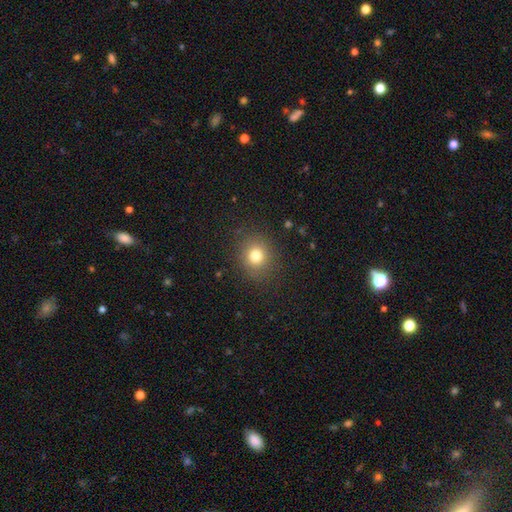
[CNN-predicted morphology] The model was most divided on "smooth or featured": smooth: 78%, star or artifact: 14%, featured or disk: 8%. More confident: merging — none (87%); how rounded — round (84%).